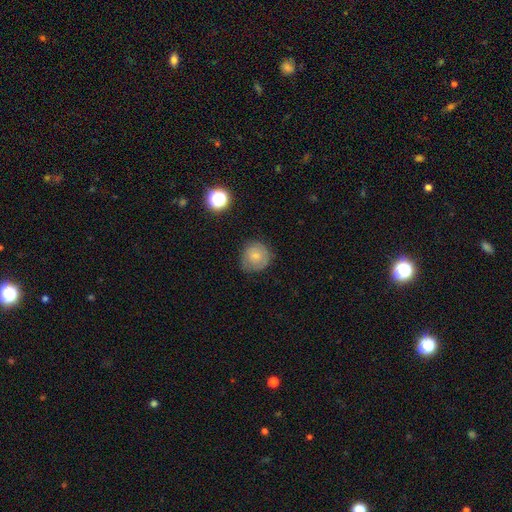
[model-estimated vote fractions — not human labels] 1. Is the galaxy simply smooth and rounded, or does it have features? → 71% smooth, 19% featured or disk, 10% star or artifact.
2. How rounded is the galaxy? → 91% round, 8% in between, 1% cigar-shaped.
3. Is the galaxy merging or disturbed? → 71% none, 22% minor disturbance, 5% major disturbance, 1% merger.